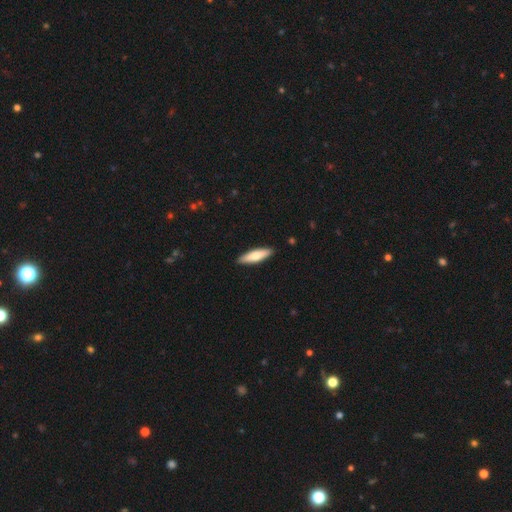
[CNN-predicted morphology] Overall: smooth (68%). How rounded: cigar-shaped (68%; in between 30%). Merging: none (90%).